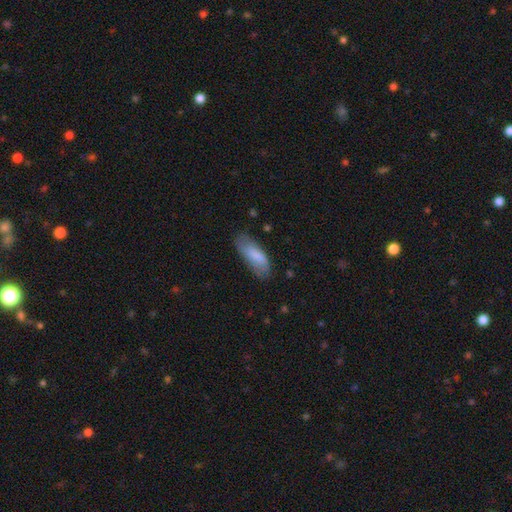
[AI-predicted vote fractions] This is likely a smooth galaxy (78%). How rounded: likely in between (74%). Merging: likely none (66%).